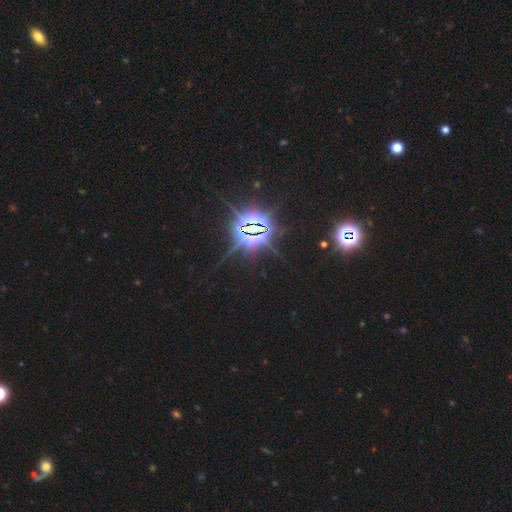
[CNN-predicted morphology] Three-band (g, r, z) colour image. It shows a star or artifact, not a galaxy (85%).